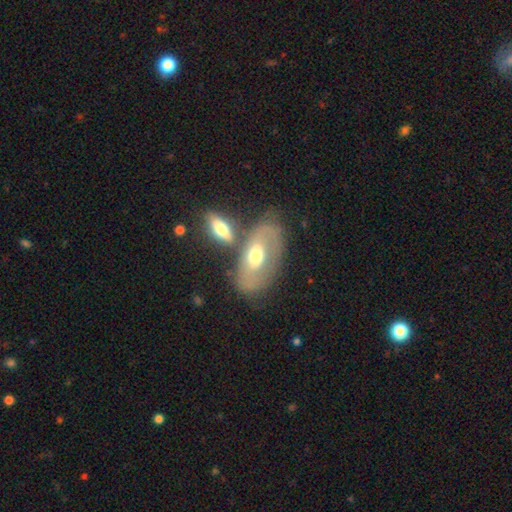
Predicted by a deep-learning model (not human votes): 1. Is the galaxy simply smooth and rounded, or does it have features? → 53% featured or disk, 40% smooth, 6% star or artifact.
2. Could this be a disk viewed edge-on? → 86% no, 14% yes.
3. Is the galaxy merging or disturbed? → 46% none, 29% merger, 17% minor disturbance, 9% major disturbance.